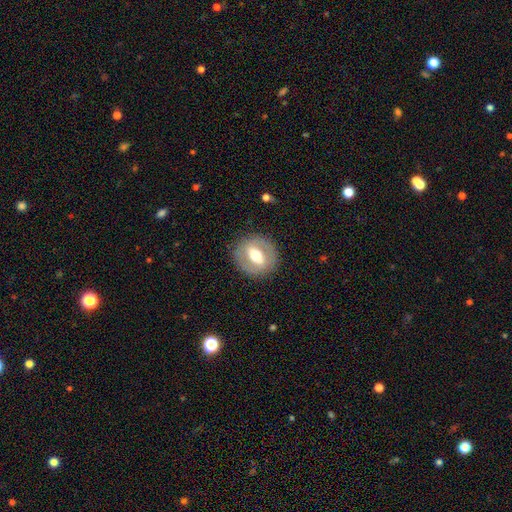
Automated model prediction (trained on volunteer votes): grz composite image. It shows a featured or disk galaxy (53%). Merging: none (86%).